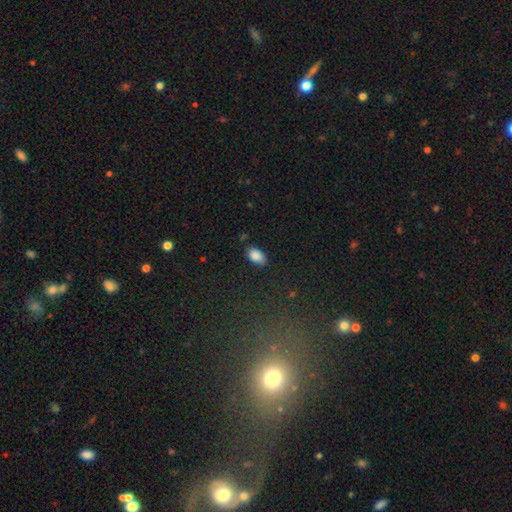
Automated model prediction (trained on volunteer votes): smooth 88%, star or artifact 8%, featured or disk 5%. Down the decision tree: how rounded — in between (93%); merging — none (82%).